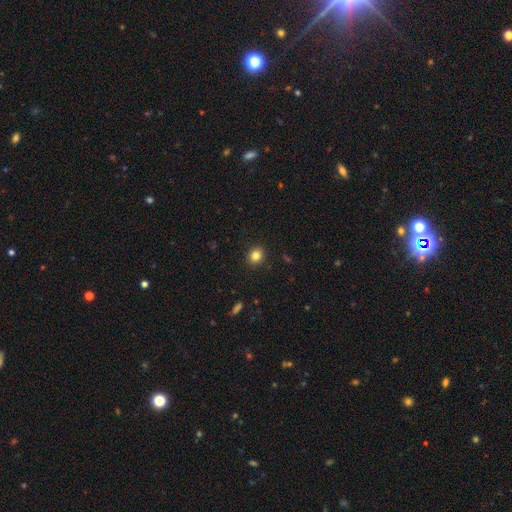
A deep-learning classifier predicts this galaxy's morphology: smooth 83%, star or artifact 11%, featured or disk 6%. Down the decision tree: how rounded — round (69%); merging — none (91%).